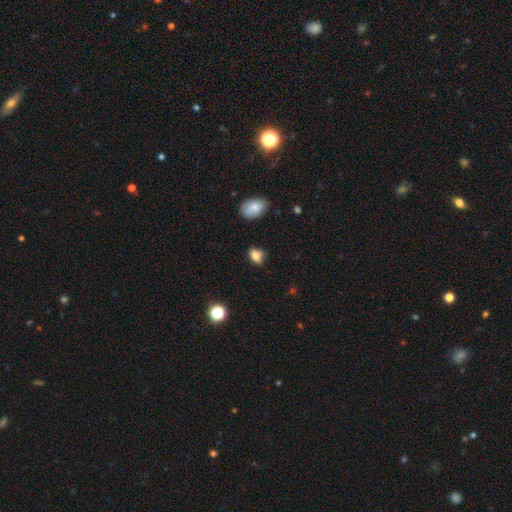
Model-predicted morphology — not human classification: smooth-or-featured: smooth: 79% | star or artifact: 11% | featured or disk: 10%
  how-rounded: in between: 72% | round: 25% | cigar-shaped: 3%
  merging: none: 66% | minor disturbance: 24% | major disturbance: 6% | merger: 4%